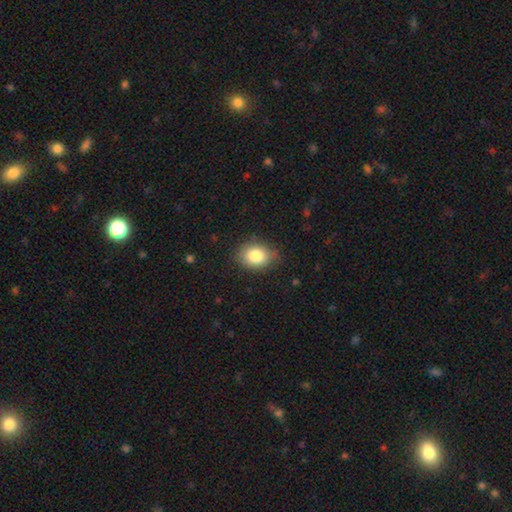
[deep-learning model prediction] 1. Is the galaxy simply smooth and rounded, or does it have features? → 83% smooth, 9% star or artifact, 8% featured or disk.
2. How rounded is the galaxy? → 64% in between, 35% round, 1% cigar-shaped.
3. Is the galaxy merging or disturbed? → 81% none, 15% minor disturbance, 3% major disturbance, 1% merger.